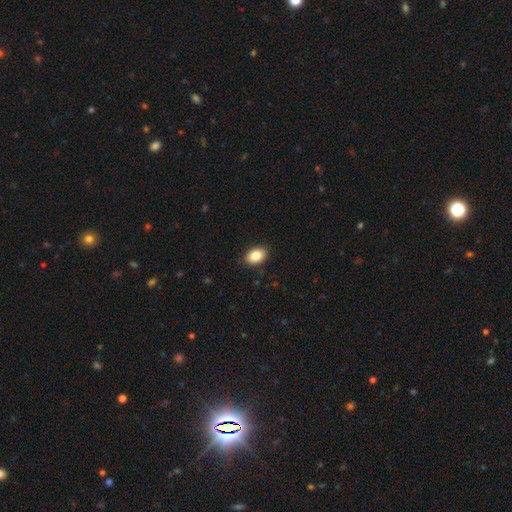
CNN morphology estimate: A smooth galaxy with no disk features (86%) that is in between round and cigar-shaped (82%). Merging: none (89%).